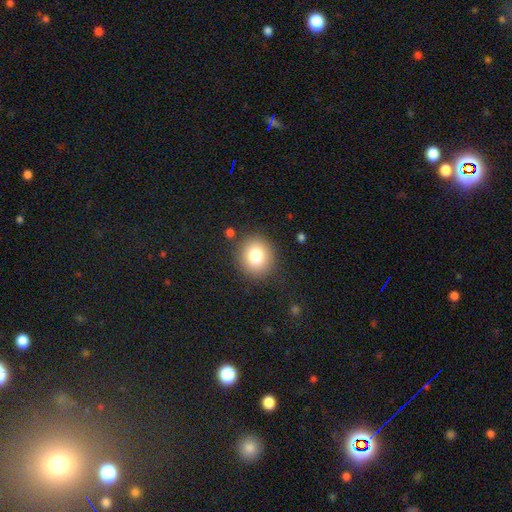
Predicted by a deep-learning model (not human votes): Smooth or featured? smooth (78%)
How rounded? round (84%)
Merging? none (87%)